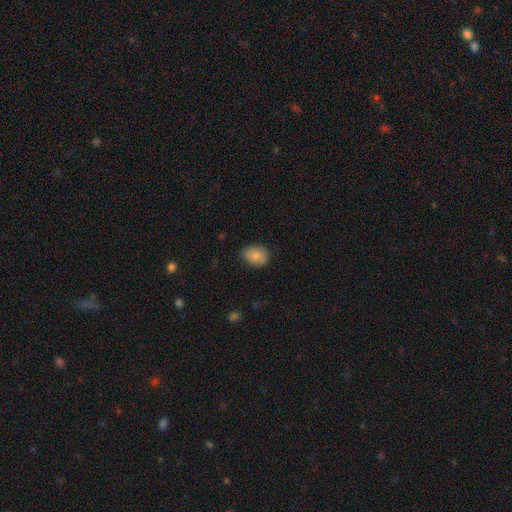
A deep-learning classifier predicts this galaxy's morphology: Smooth or featured: smooth — 83% (featured or disk — 9%)
How rounded: in between — 58% (round — 41%)
Merging: none — 77% (minor disturbance — 18%)